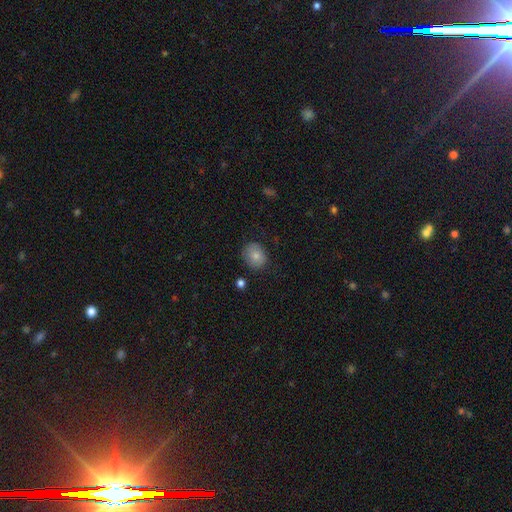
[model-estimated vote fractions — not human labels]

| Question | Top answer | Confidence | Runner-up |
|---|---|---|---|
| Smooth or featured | smooth | 80% | featured or disk (11%) |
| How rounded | round | 57% | in between (42%) |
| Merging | none | 79% | minor disturbance (15%) |